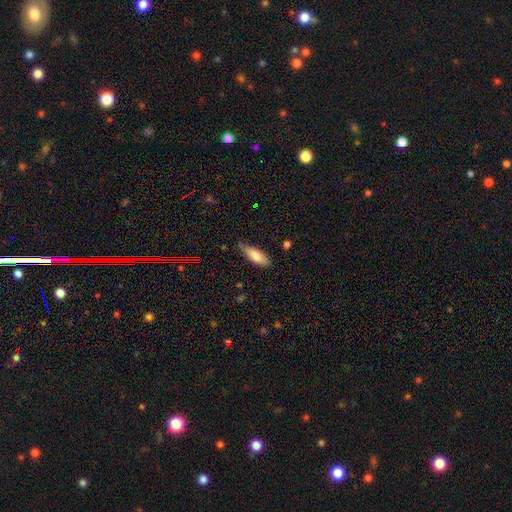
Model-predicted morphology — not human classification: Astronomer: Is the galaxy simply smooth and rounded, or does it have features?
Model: smooth — 76%.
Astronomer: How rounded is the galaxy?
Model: in between — 61% (runner-up: cigar-shaped, 37%).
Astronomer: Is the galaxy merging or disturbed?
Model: none — 71%.